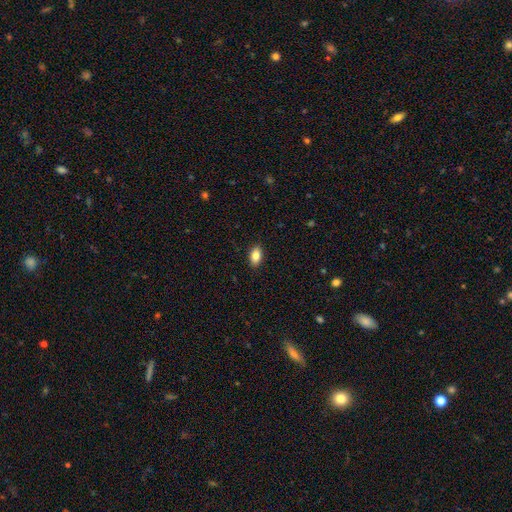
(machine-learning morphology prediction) Smooth or featured?
  - smooth: 85% *
  - star or artifact: 8%
  - featured or disk: 7%
How rounded?
  - in between: 91% *
  - round: 6%
  - cigar-shaped: 3%
Merging?
  - none: 89% *
  - minor disturbance: 8%
  - major disturbance: 2%
  - merger: 1%